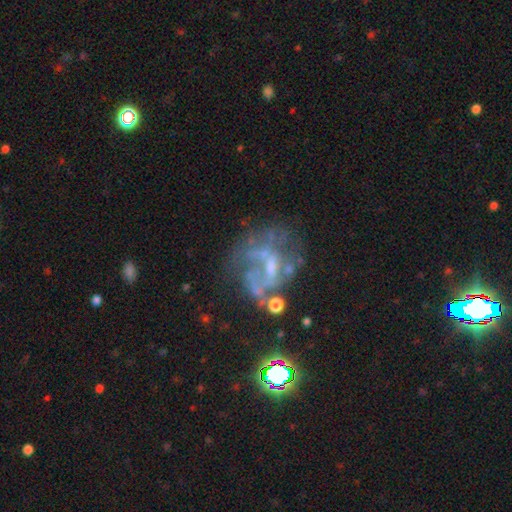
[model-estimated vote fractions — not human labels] Smooth or featured? Predicted: featured or disk (p=0.62). Edge-on disk? Predicted: no (p=0.97). Bar? Predicted: no (p=0.55). Spiral arms? Predicted: yes (p=0.51). Bulge size? Predicted: none (p=0.44). Merging? Predicted: none (p=0.43).